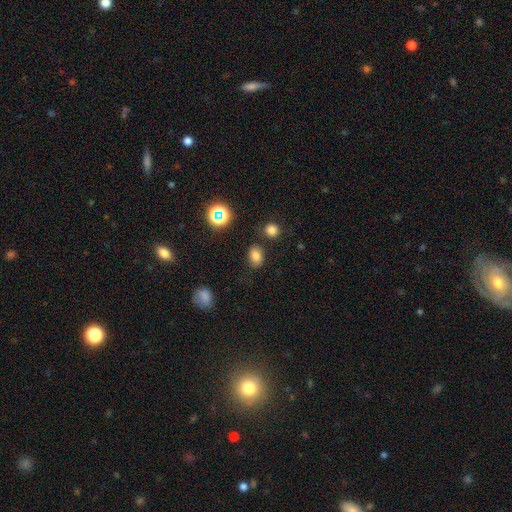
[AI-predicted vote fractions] Smooth or featured? Predicted: smooth (p=0.76). How rounded? Predicted: in between (p=0.73). Merging? Predicted: none (p=0.78).